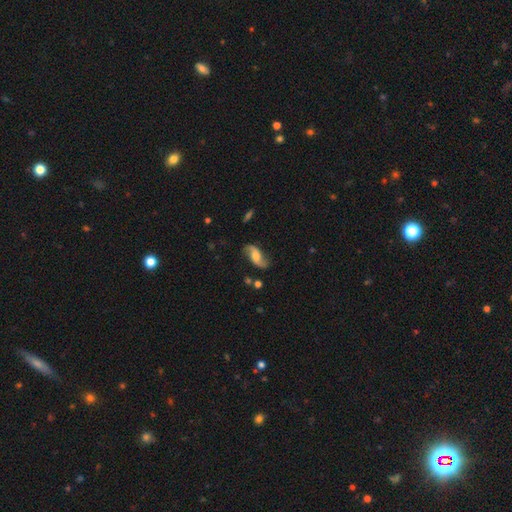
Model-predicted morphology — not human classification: Smooth or featured?
  - featured or disk: 74% *
  - smooth: 19%
  - star or artifact: 7%
Edge-on disk?
  - no: 95% *
  - yes: 5%
Bar?
  - no: 56% *
  - weak: 34%
  - strong: 10%
Spiral arms?
  - yes: 94% *
  - no: 6%
Spiral winding?
  - loose: 70% *
  - medium: 23%
  - tight: 7%
Spiral arm count?
  - 2: 92% *
  - can't tell: 3%
  - 1: 2%
  - 3: 1%
  - 4: 1%
  - more than 4: 1%
Bulge size?
  - moderate: 47% *
  - small: 23%
  - large: 17%
  - none: 10%
  - dominant: 2%
Merging?
  - none: 76% *
  - minor disturbance: 16%
  - major disturbance: 6%
  - merger: 2%